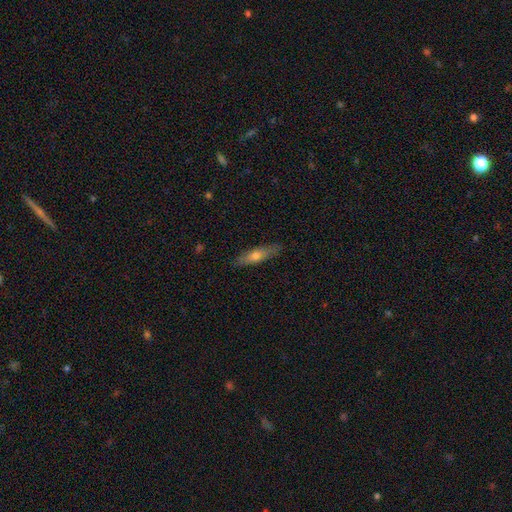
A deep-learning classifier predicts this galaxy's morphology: smooth-or-featured: smooth: 51% | featured or disk: 42% | star or artifact: 6%
  how-rounded: cigar-shaped: 74% | in between: 24% | round: 2%
  merging: none: 86% | minor disturbance: 11% | major disturbance: 2% | merger: 1%